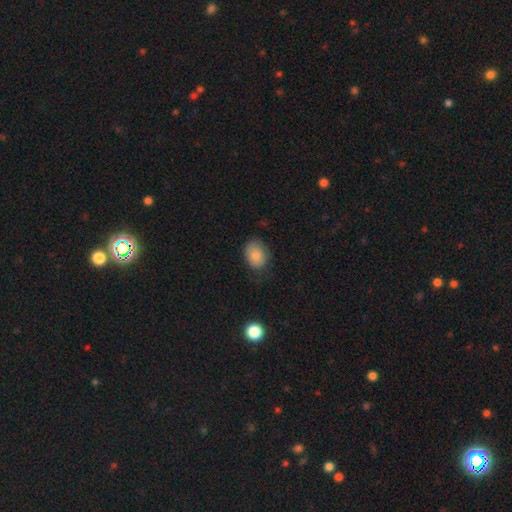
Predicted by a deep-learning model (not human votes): This is clearly a smooth galaxy (84%). How rounded: likely in between (70%). Merging: likely none (68%).